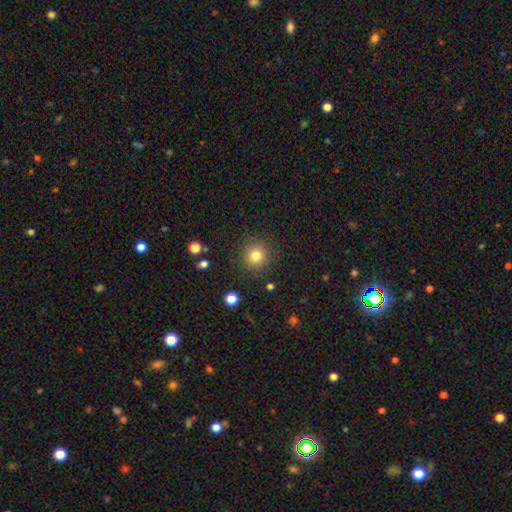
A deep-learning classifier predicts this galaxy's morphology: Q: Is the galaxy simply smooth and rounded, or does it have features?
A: smooth — 80%.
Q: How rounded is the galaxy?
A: round — 93%.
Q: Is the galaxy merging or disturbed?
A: none — 89%.